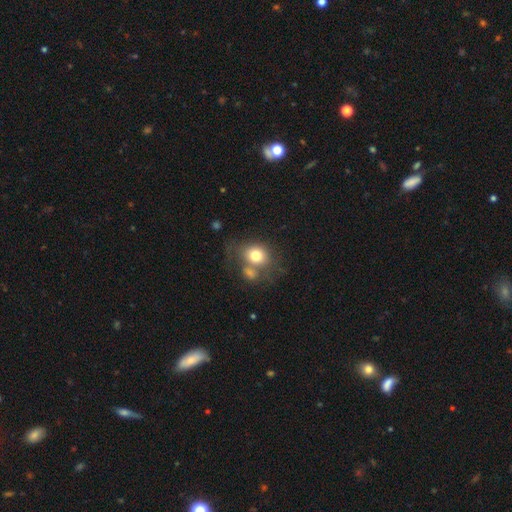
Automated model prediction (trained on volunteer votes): The model was most divided on "merging": none: 40%, merger: 35%, minor disturbance: 15%, major disturbance: 9%. More confident: smooth or featured — smooth (74%); how rounded — round (60%).